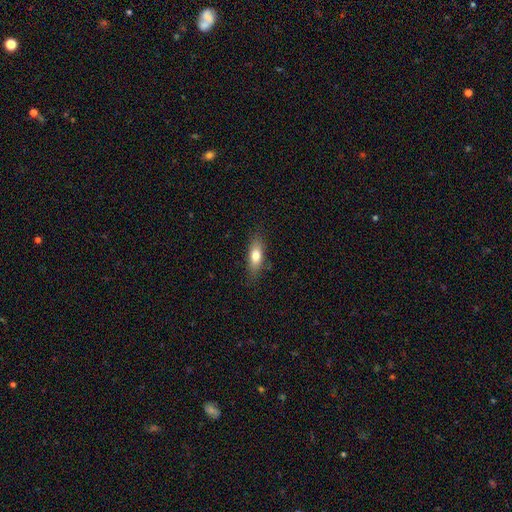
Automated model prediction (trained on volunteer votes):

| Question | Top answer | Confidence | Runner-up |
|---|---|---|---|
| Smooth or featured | smooth | 74% | featured or disk (19%) |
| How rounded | in between | 68% | cigar-shaped (28%) |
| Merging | none | 82% | minor disturbance (14%) |